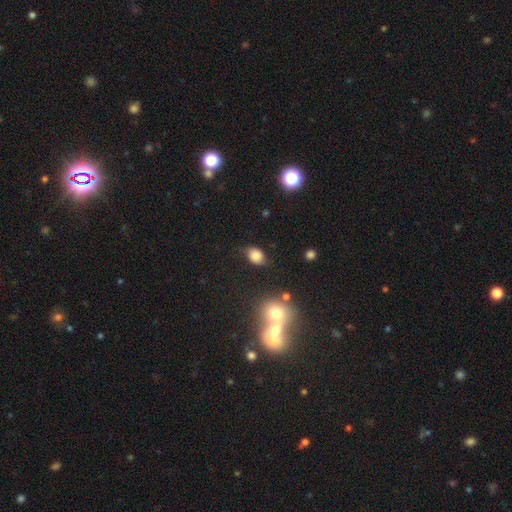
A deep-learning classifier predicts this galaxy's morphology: This appears to be a smooth galaxy with no disk features (79%) that is in between round and cigar-shaped (73%). Merging: none (69%).